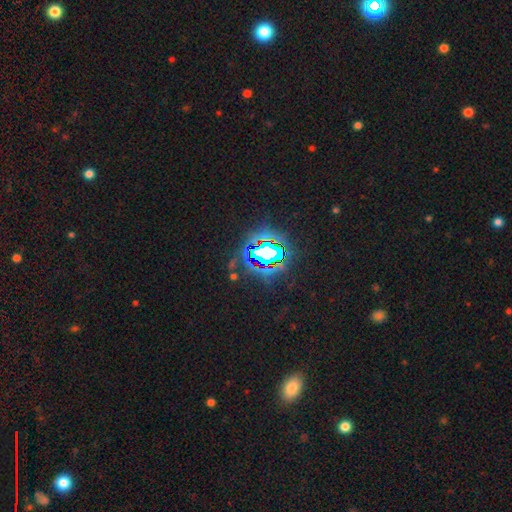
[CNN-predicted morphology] Smooth or featured: star or artifact — 79% (smooth — 11%)